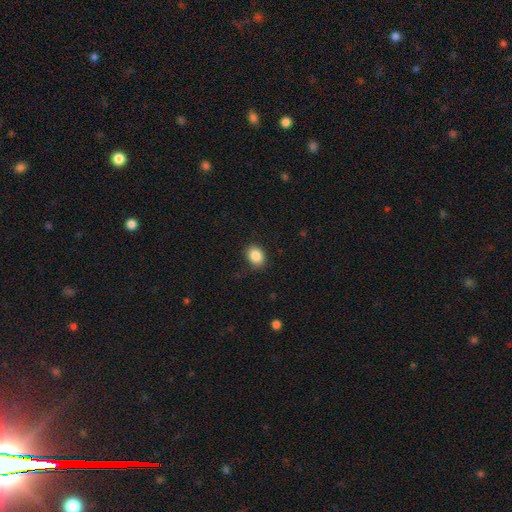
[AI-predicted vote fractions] This appears to be a smooth galaxy with no disk features (87%) that is in between round and cigar-shaped (64%). Merging: none (86%).